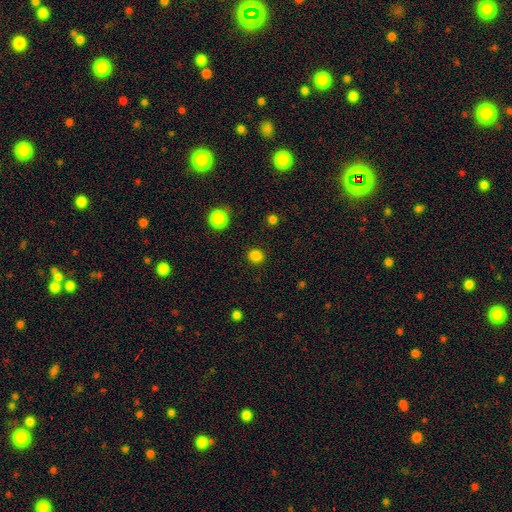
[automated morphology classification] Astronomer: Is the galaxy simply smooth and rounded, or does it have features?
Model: smooth — 84%.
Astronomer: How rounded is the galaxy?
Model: round — 83%.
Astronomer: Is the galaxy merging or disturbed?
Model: none — 90%.